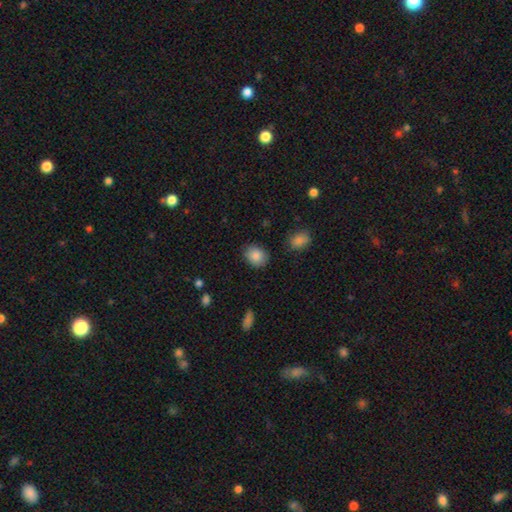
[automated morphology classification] Overall: smooth (87%). How rounded: round (53%; in between 47%). Merging: none (85%).